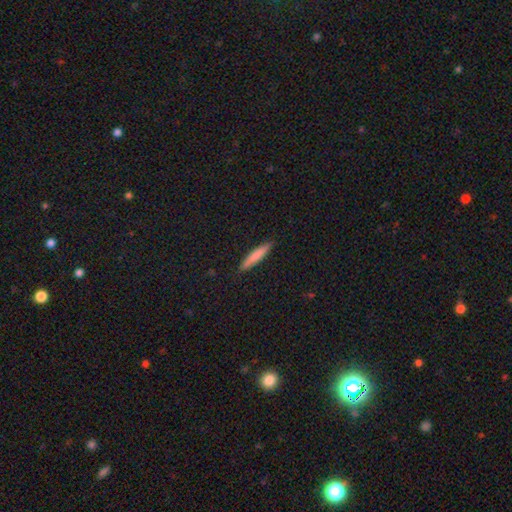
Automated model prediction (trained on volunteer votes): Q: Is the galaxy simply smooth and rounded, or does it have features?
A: smooth — 78%.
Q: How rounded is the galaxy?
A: cigar-shaped — 92%.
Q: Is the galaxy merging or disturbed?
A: none — 90%.